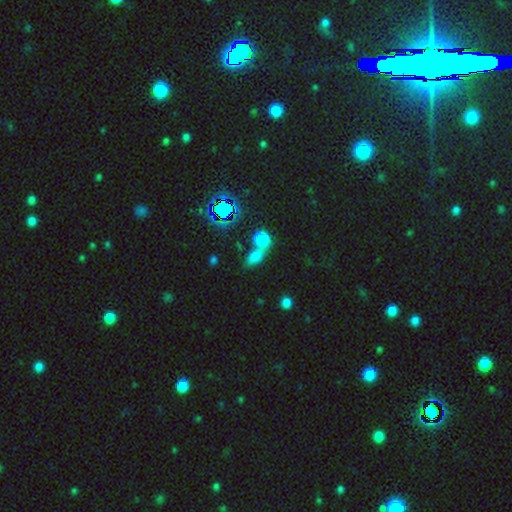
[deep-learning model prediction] Smooth or featured?
  - smooth: 64% *
  - star or artifact: 26%
  - featured or disk: 10%
How rounded?
  - in between: 67% *
  - round: 26%
  - cigar-shaped: 7%
Merging?
  - merger: 50% *
  - none: 36%
  - minor disturbance: 9%
  - major disturbance: 5%